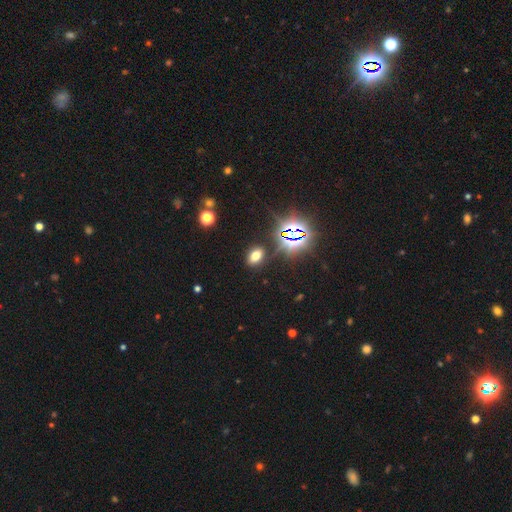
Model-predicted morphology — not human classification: smooth-or-featured: smooth: 59% | star or artifact: 33% | featured or disk: 8%
  how-rounded: in between: 82% | round: 16% | cigar-shaped: 2%
  merging: none: 85% | minor disturbance: 9% | major disturbance: 3% | merger: 3%